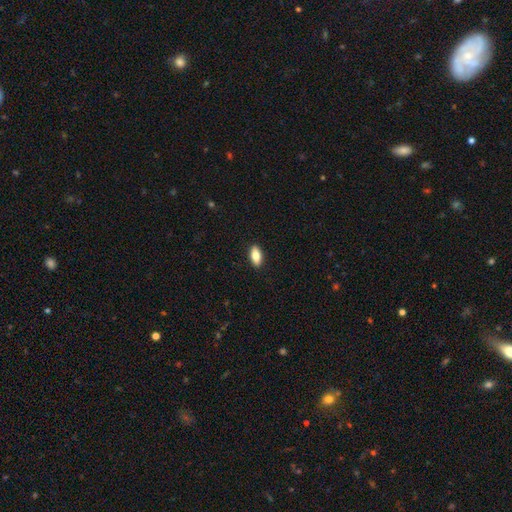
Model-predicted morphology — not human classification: Smooth or featured?
  - smooth: 77% *
  - featured or disk: 16%
  - star or artifact: 7%
How rounded?
  - in between: 84% *
  - cigar-shaped: 12%
  - round: 3%
Merging?
  - none: 91% *
  - minor disturbance: 7%
  - major disturbance: 2%
  - merger: 1%